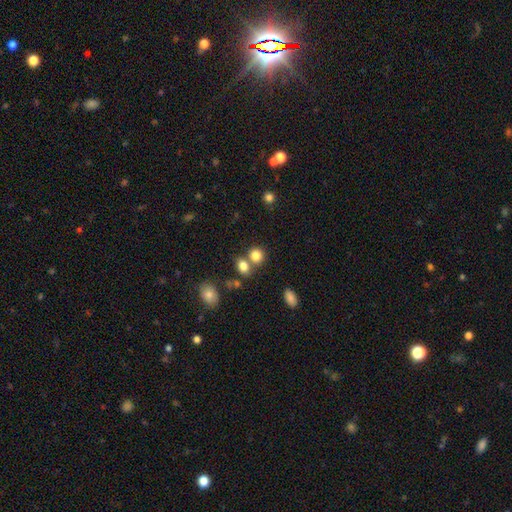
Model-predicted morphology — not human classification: The model was most divided on "merging": none: 54%, merger: 33%, minor disturbance: 9%, major disturbance: 4%. More confident: smooth or featured — smooth (82%); how rounded — round (72%).